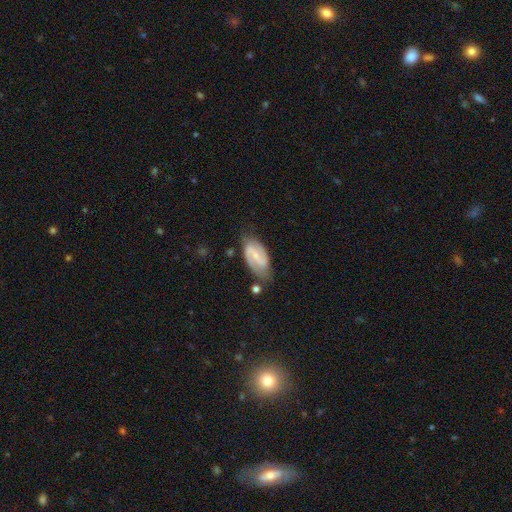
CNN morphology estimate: A featured or disk galaxy (81%) with a weak bar (45%), 2 (90%) medium (50%) spiral arms (95%) and a small central bulge (68%). Merging: none (73%).